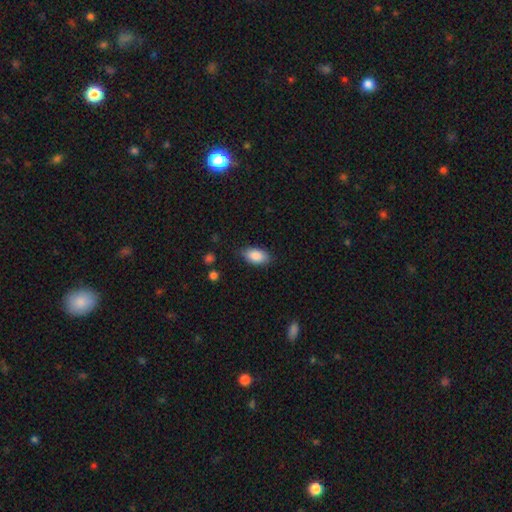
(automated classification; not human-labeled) This is clearly a smooth galaxy (87%). How rounded: clearly in between (92%). Merging: clearly none (82%).